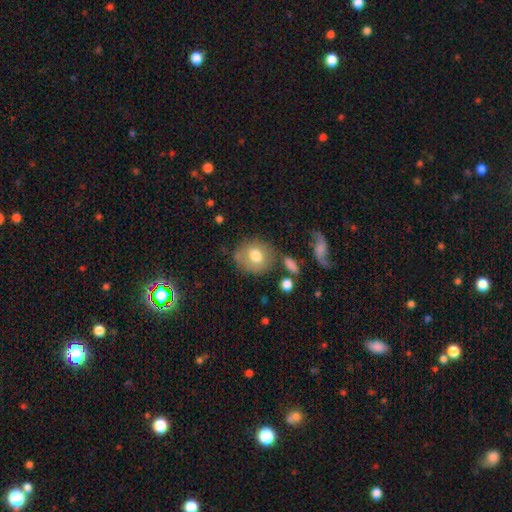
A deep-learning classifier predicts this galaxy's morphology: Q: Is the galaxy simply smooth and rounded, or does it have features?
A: smooth — 73%.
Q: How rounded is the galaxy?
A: round — 77%.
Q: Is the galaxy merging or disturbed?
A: none — 68%.